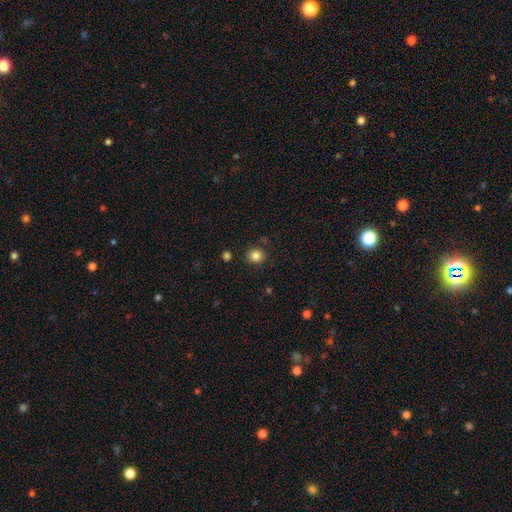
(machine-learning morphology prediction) smooth 83%, star or artifact 12%, featured or disk 5%. Down the decision tree: how rounded — round (86%); merging — none (87%).